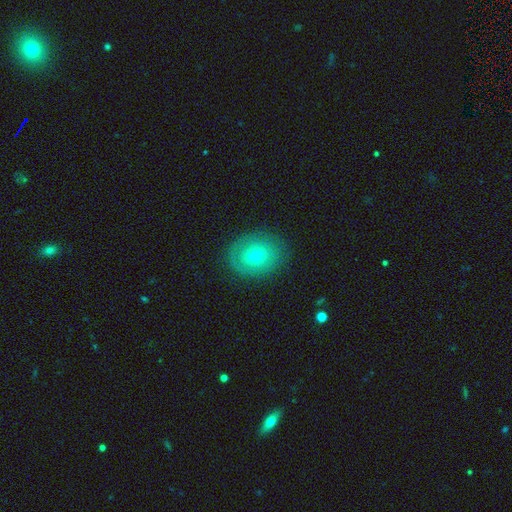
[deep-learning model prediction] Q: Smooth or featured?
A: smooth (54%); runner-up: featured or disk (36%)
Q: How rounded?
A: round (51%); runner-up: in between (48%)
Q: Merging?
A: none (82%); runner-up: minor disturbance (12%)